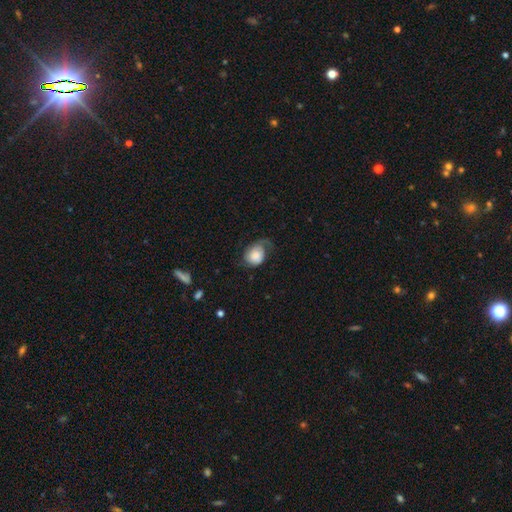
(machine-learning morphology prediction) smooth 57%, featured or disk 36%, star or artifact 8%. Down the decision tree: how rounded — in between (55%); merging — none (35%).